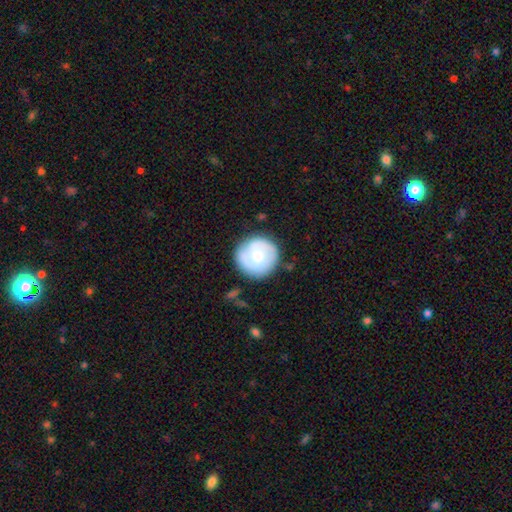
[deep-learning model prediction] smooth_or_featured: smooth (p=0.49) [alt: featured or disk p=0.46]
merging: none (p=0.80) [alt: minor disturbance p=0.14]